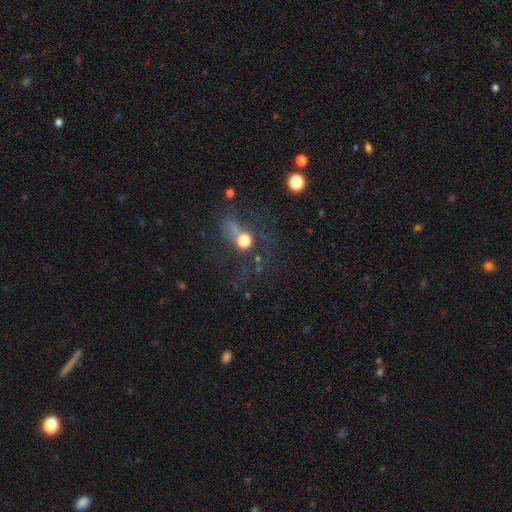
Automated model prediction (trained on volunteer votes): Smooth or featured: star or artifact — 38% (featured or disk — 33%)